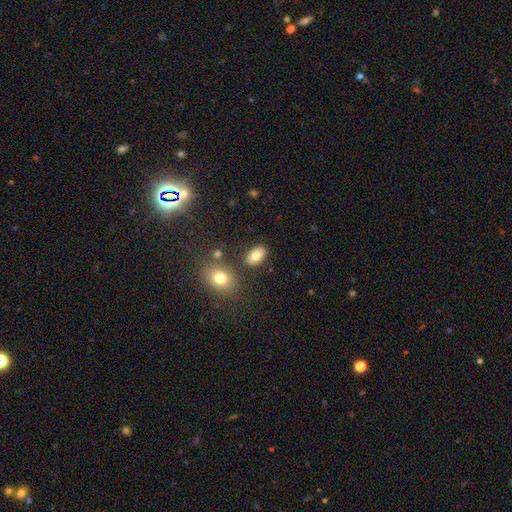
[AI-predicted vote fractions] Morphology: type=smooth (78%); roundness=in between (90%); merging=none (82%).